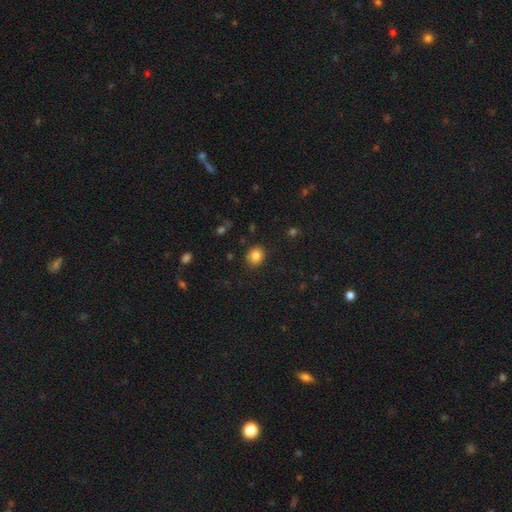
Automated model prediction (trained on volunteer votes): Overall: smooth (85%). How rounded: round (74%). Merging: none (88%).